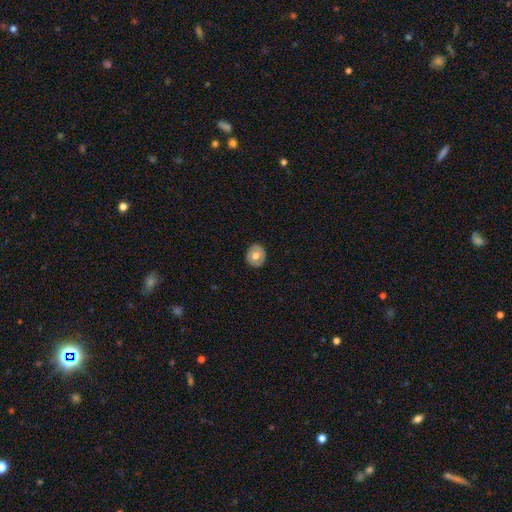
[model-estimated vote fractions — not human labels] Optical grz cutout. It shows a smooth galaxy with no disk features (58%) that is round (78%). Merging: none (88%).